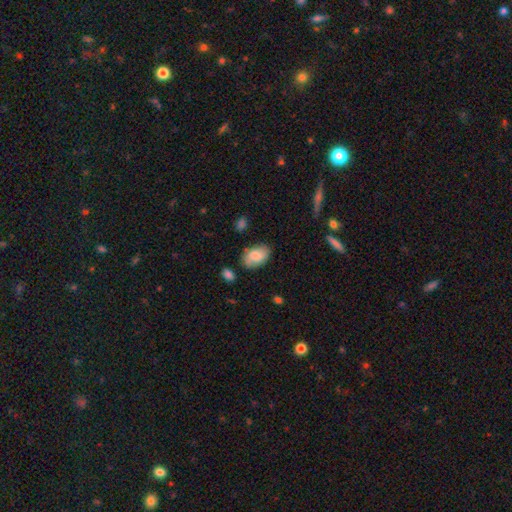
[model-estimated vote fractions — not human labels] Smooth or featured? Predicted: smooth (p=0.71). How rounded? Predicted: in between (p=0.90). Merging? Predicted: none (p=0.72).